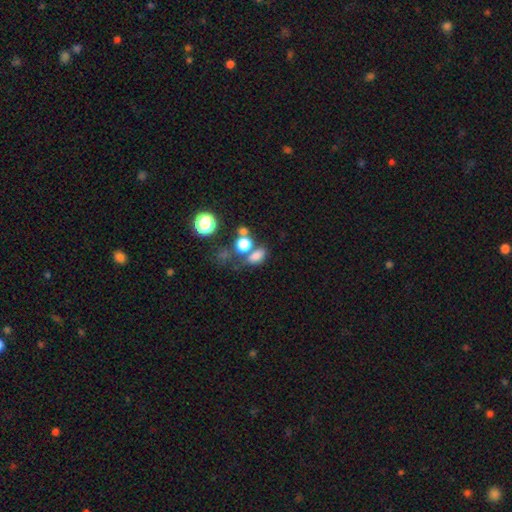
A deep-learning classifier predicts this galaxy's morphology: Q: Smooth or featured?
A: smooth (77%); runner-up: star or artifact (15%)
Q: How rounded?
A: in between (71%); runner-up: round (26%)
Q: Merging?
A: none (51%); runner-up: merger (29%)